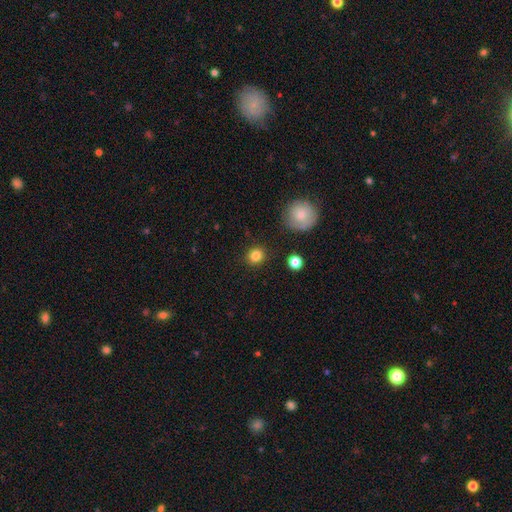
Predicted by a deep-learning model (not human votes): Smooth or featured? smooth (83%)
How rounded? round (87%)
Merging? none (88%)